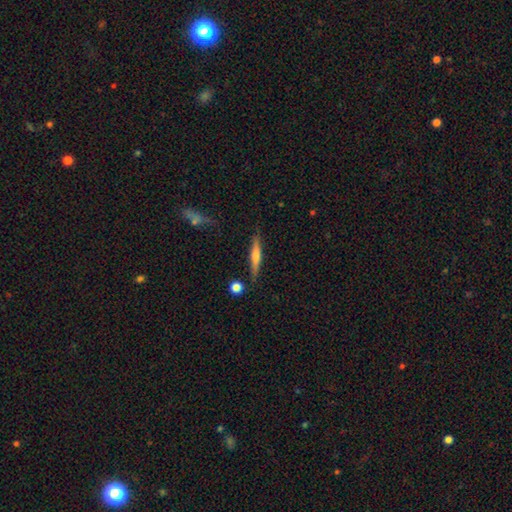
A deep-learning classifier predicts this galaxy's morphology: Smooth or featured? featured or disk (50%)
Edge-on disk? yes (96%)
Merging? none (85%)